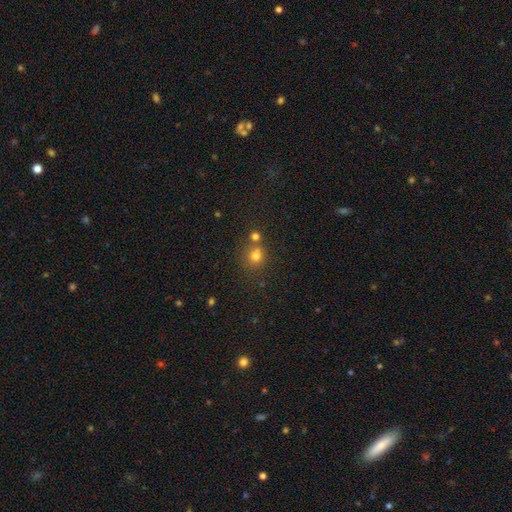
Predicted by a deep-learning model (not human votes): A smooth galaxy with no disk features (73%) that is round (83%). Merging: none (53%).